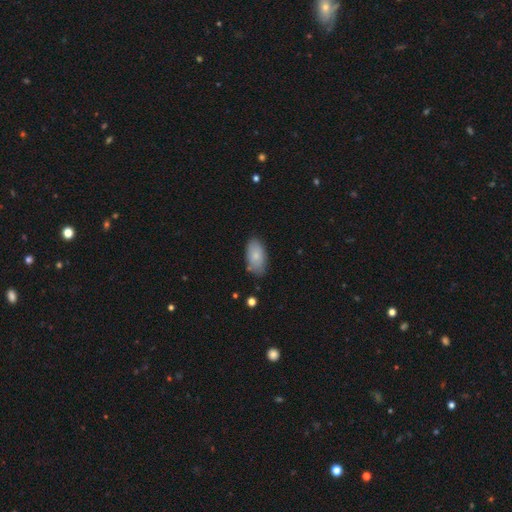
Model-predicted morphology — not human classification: Smooth or featured: smooth — 79% (featured or disk — 15%)
How rounded: in between — 94% (round — 4%)
Merging: none — 76% (minor disturbance — 18%)